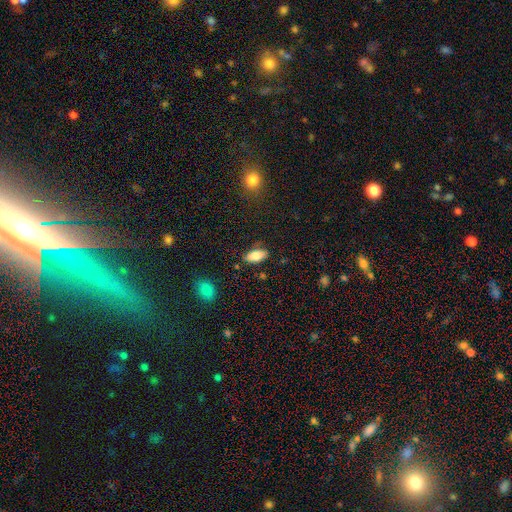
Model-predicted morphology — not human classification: A smooth galaxy with no disk features (81%) that is in between round and cigar-shaped (89%). Merging: none (81%).